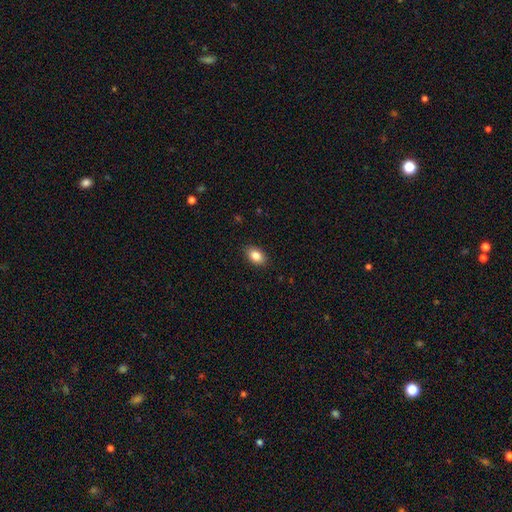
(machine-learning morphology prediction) Smooth or featured?
  - smooth: 86% *
  - star or artifact: 8%
  - featured or disk: 6%
How rounded?
  - in between: 87% *
  - round: 11%
  - cigar-shaped: 2%
Merging?
  - none: 88% *
  - minor disturbance: 9%
  - major disturbance: 2%
  - merger: 1%